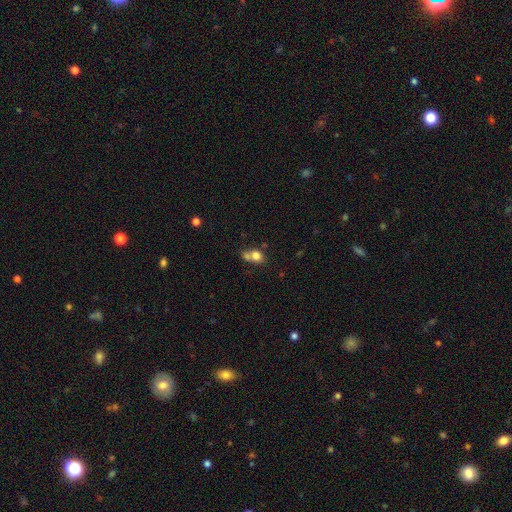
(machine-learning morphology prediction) Smooth or featured? Predicted: smooth (p=0.75). How rounded? Predicted: round (p=0.54). Merging? Predicted: merger (p=0.45).